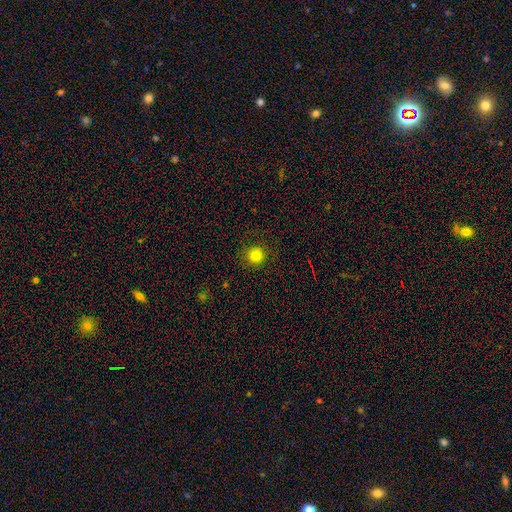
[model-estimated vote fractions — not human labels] Overall: smooth (82%). How rounded: round (93%). Merging: none (88%).